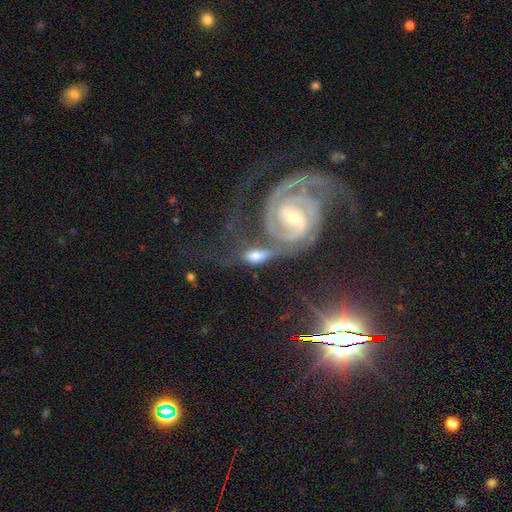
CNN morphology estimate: A featured or disk galaxy (63%) with a weak bar (40%), 2 (68%) tight (50%) spiral arms (89%) and a moderate central bulge (46%).

Vote fractions:
- Smooth or featured? featured or disk: 63% / smooth: 29% / star or artifact: 9%
- Edge-on disk? no: 91% / yes: 9%
- Bar? weak: 40% / no: 34% / strong: 26%
- Spiral arms? yes: 89% / no: 11%
- Spiral winding? tight: 50% / medium: 35% / loose: 16%
- Spiral arm count? 2: 68% / can't tell: 14% / 3: 8% / 1: 4% / 4: 3% / more than 4: 3%
- Bulge size? moderate: 46% / small: 40% / large: 9% / none: 3% / dominant: 2%
- Merging? merger: 36% / none: 32% / minor disturbance: 17% / major disturbance: 16%